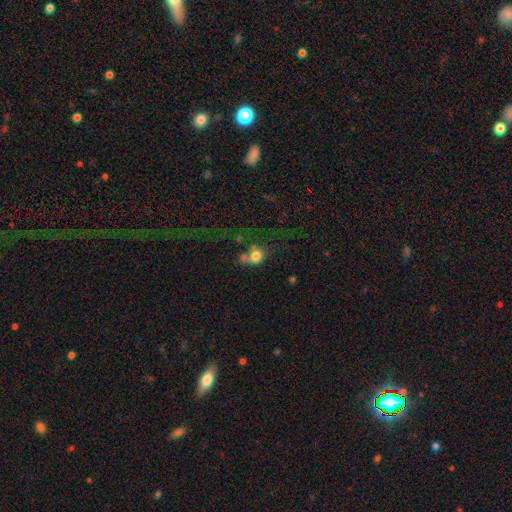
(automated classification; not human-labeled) This is likely a smooth galaxy (79%). How rounded: likely round (75%). Merging: possibly none (48%).